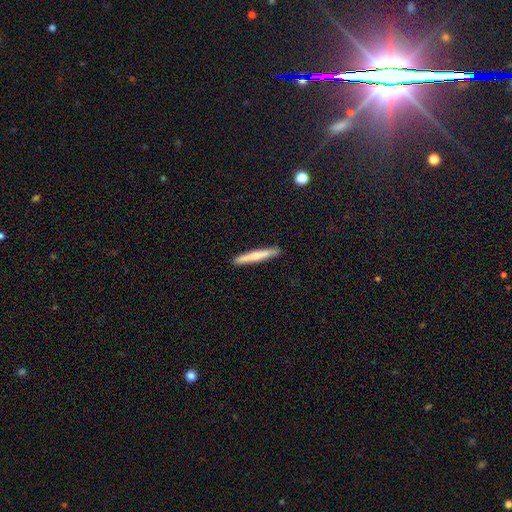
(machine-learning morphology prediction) smooth_or_featured: smooth (p=0.68) [alt: featured or disk p=0.27]
how_rounded: cigar-shaped (p=0.96) [alt: in between p=0.03]
merging: none (p=0.90) [alt: minor disturbance p=0.07]